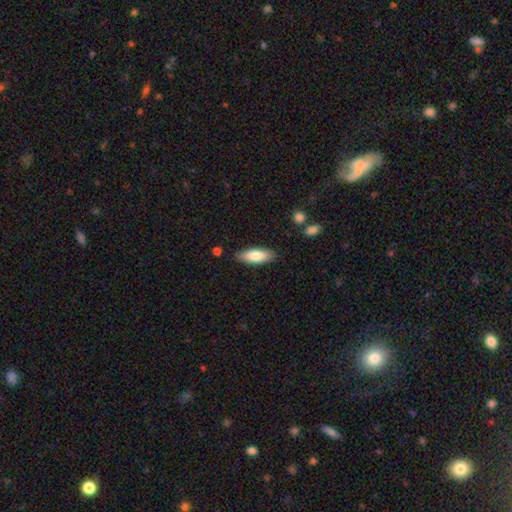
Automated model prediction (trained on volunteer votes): Smooth or featured? smooth (78%)
How rounded? in between (64%)
Merging? none (86%)